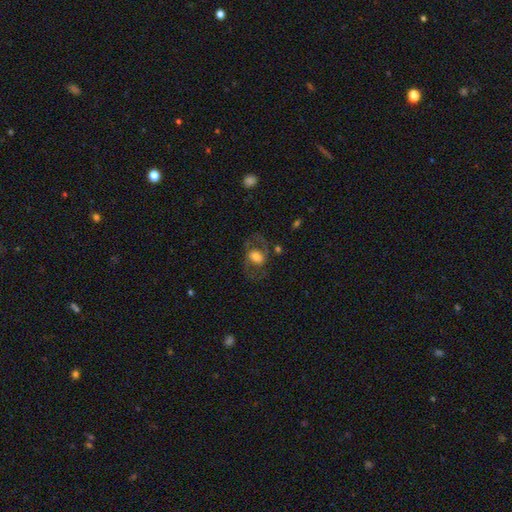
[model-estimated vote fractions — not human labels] Smooth or featured: featured or disk — 60% (smooth — 32%)
Edge-on disk: no — 95% (yes — 5%)
Bar: no — 51% (weak — 35%)
Spiral arms: yes — 73% (no — 27%)
Bulge size: moderate — 48% (large — 31%)
Merging: none — 63% (major disturbance — 18%)